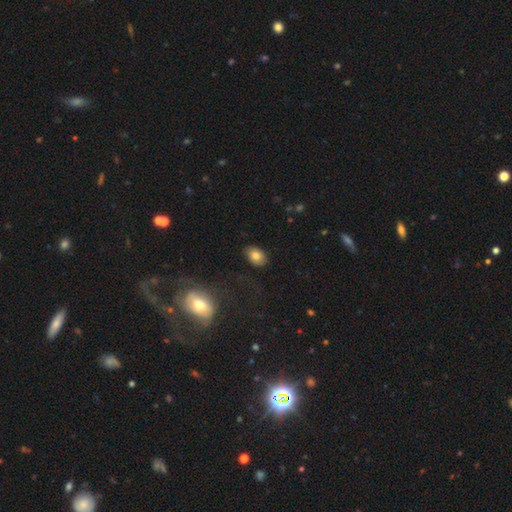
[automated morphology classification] Smooth or featured?
  - smooth: 77% *
  - featured or disk: 13%
  - star or artifact: 10%
How rounded?
  - in between: 85% *
  - round: 14%
  - cigar-shaped: 1%
Merging?
  - none: 83% *
  - minor disturbance: 12%
  - major disturbance: 3%
  - merger: 1%